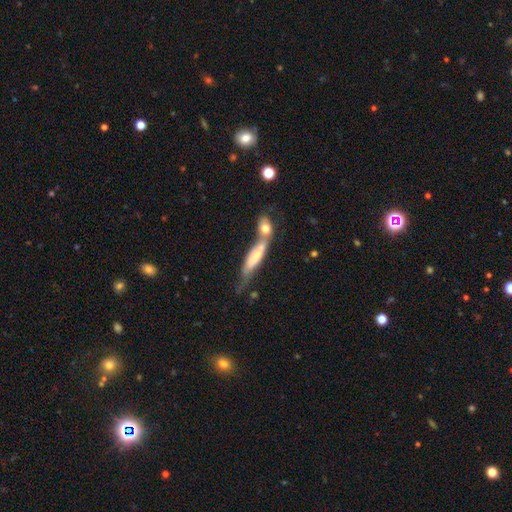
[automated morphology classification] Overall: smooth (55%; featured or disk 38%). How rounded: cigar-shaped (72%). Merging: merger (57%; none 23%).